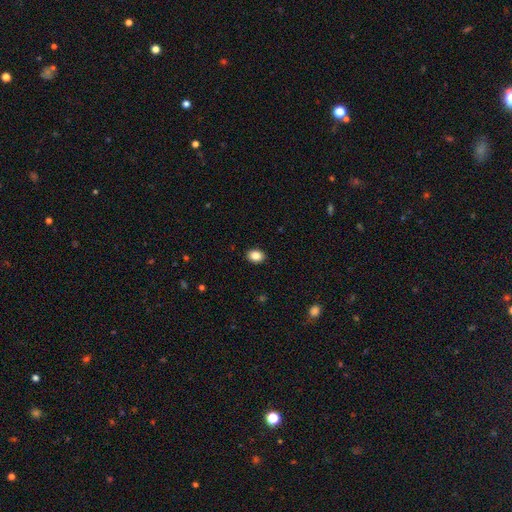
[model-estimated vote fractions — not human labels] smooth 86%, star or artifact 9%, featured or disk 5%. Down the decision tree: how rounded — in between (74%); merging — none (90%).